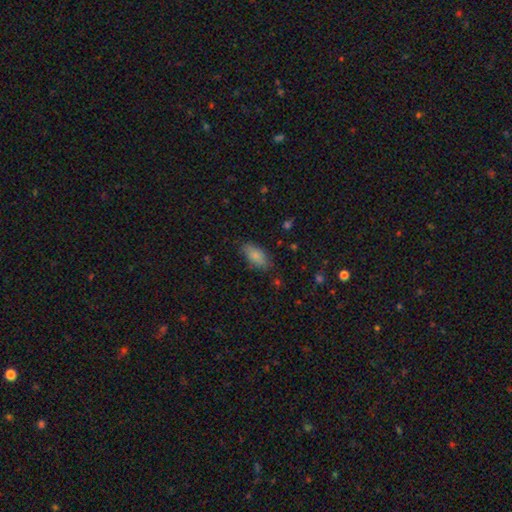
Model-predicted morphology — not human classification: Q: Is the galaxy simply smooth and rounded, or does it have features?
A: smooth — 81%.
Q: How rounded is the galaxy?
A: in between — 88%.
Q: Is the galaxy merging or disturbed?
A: none — 76%.